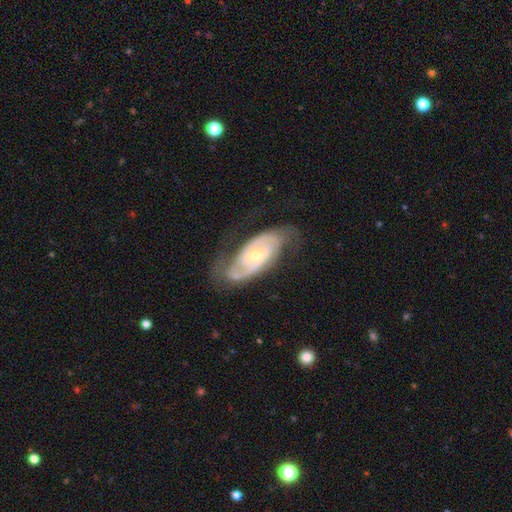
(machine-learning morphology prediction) smooth_or_featured: featured or disk (p=0.88) [alt: smooth p=0.07]
disk_edge_on: no (p=0.95) [alt: yes p=0.05]
bar: no (p=0.56) [alt: weak p=0.33]
has_spiral_arms: yes (p=0.97) [alt: no p=0.03]
spiral_winding: tight (p=0.52) [alt: medium p=0.38]
spiral_arm_count: 2 (p=0.80) [alt: can't tell p=0.09]
bulge_size: small (p=0.60) [alt: moderate p=0.37]
merging: none (p=0.68) [alt: minor disturbance p=0.20]